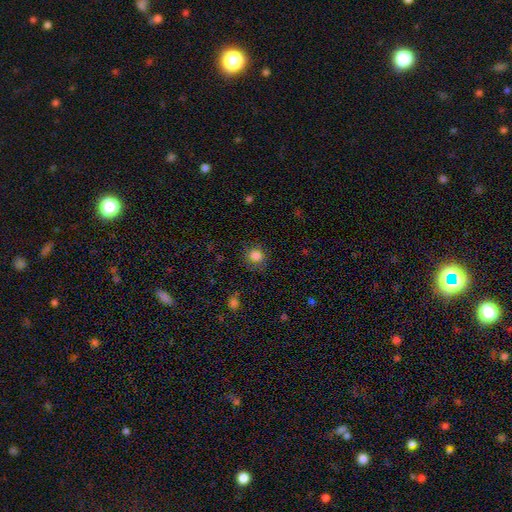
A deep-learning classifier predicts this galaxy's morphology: This appears to be a smooth galaxy with no disk features (84%) that is round (89%). Merging: none (84%).